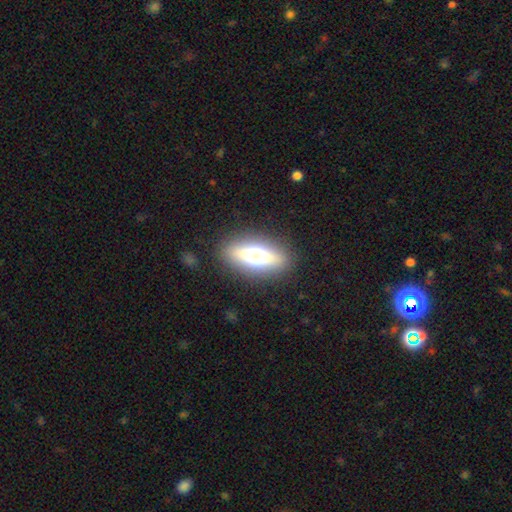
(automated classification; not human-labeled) A smooth galaxy with no disk features (48%).

Vote fractions:
- Smooth or featured? smooth: 48% / featured or disk: 39% / star or artifact: 13%
- Merging? none: 86% / minor disturbance: 8% / major disturbance: 4% / merger: 1%